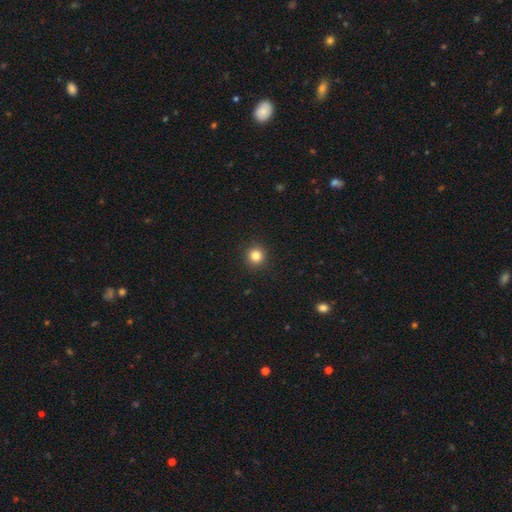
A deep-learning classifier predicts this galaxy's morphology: Smooth or featured?
  - smooth: 84% *
  - star or artifact: 12%
  - featured or disk: 4%
How rounded?
  - round: 94% *
  - in between: 5%
  - cigar-shaped: 1%
Merging?
  - none: 92% *
  - minor disturbance: 5%
  - major disturbance: 2%
  - merger: 1%